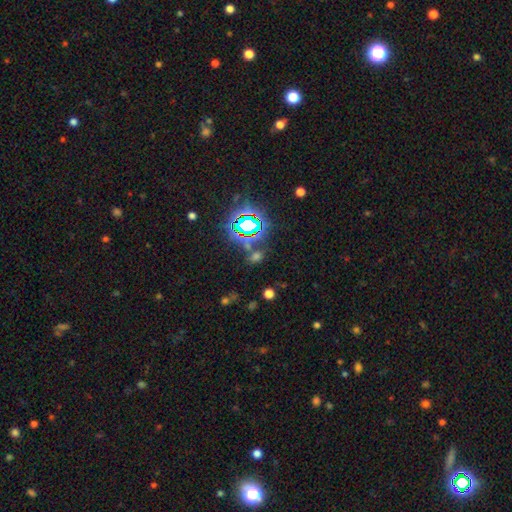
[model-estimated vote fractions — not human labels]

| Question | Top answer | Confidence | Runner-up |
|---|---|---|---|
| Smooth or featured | star or artifact | 50% | smooth (42%) |